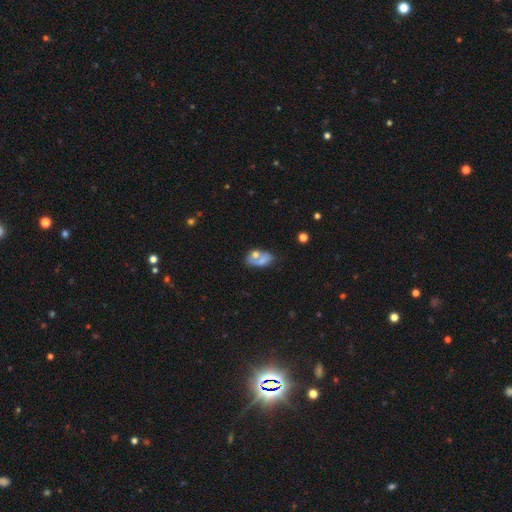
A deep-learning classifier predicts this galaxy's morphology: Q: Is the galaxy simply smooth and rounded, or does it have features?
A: smooth — 53%.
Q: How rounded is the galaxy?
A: in between — 85%.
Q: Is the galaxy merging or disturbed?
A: none — 39%.